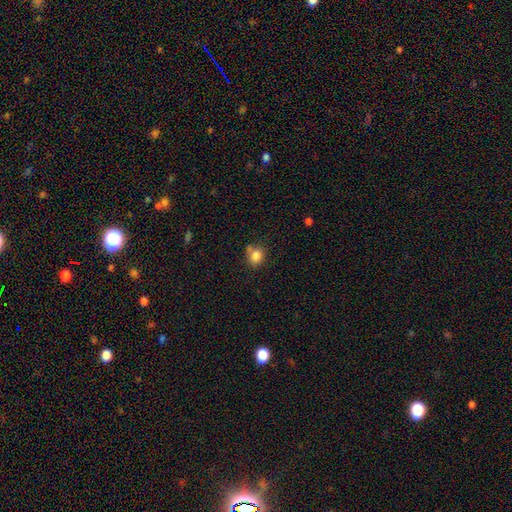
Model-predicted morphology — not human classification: Q: Smooth or featured?
A: smooth (82%); runner-up: star or artifact (10%)
Q: How rounded?
A: round (66%); runner-up: in between (33%)
Q: Merging?
A: none (63%); runner-up: minor disturbance (20%)